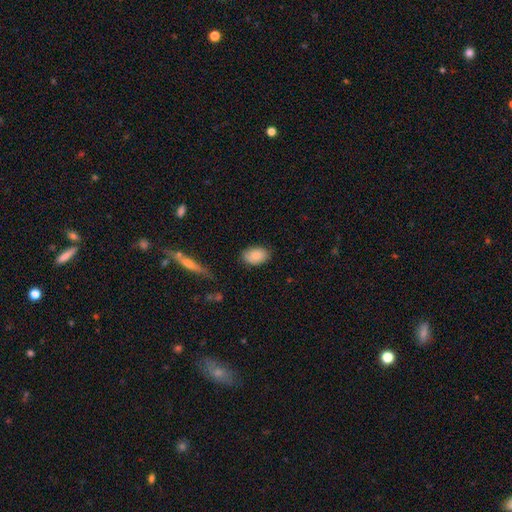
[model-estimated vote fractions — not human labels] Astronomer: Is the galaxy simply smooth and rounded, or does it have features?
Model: smooth — 84%.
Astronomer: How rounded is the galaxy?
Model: in between — 87%.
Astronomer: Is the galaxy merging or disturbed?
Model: none — 84%.